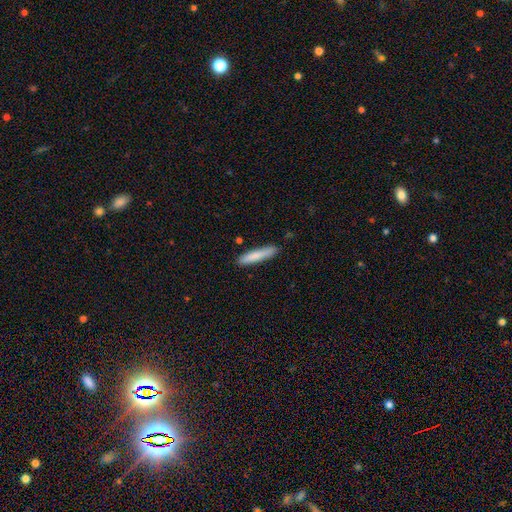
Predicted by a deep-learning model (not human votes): Smooth or featured?
  - smooth: 82% *
  - featured or disk: 13%
  - star or artifact: 6%
How rounded?
  - cigar-shaped: 90% *
  - in between: 8%
  - round: 1%
Merging?
  - none: 85% *
  - minor disturbance: 11%
  - merger: 2%
  - major disturbance: 2%